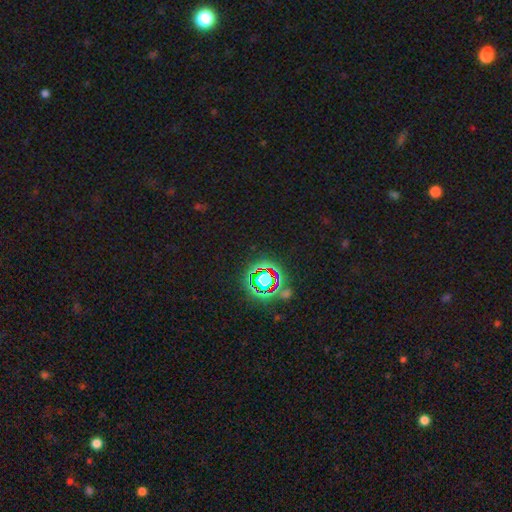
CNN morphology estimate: Smooth or featured? Predicted: star or artifact (p=0.79).